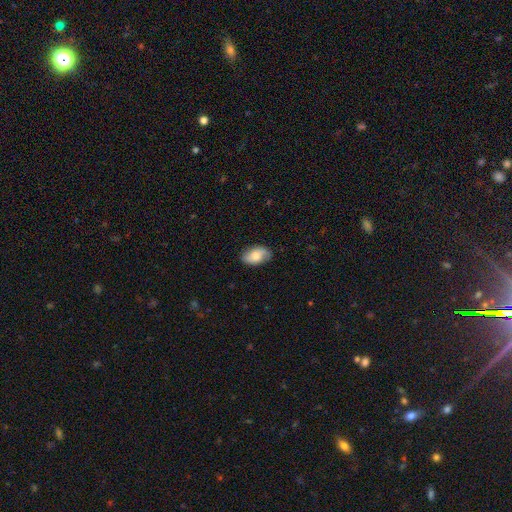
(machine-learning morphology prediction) type=smooth (67%); roundness=in between (92%); merging=none (80%).